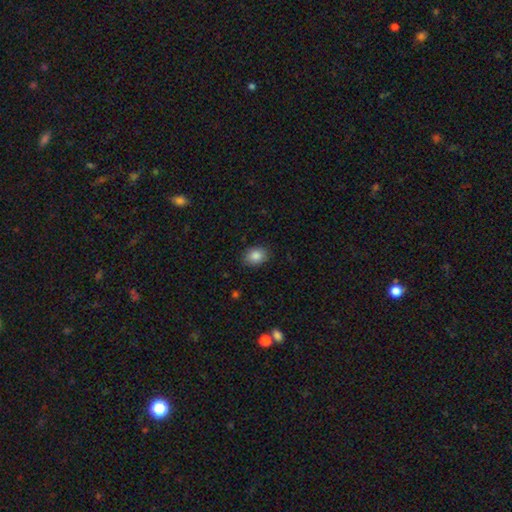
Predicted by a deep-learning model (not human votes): smooth 86%, star or artifact 8%, featured or disk 5%. Down the decision tree: how rounded — in between (67%); merging — none (87%).